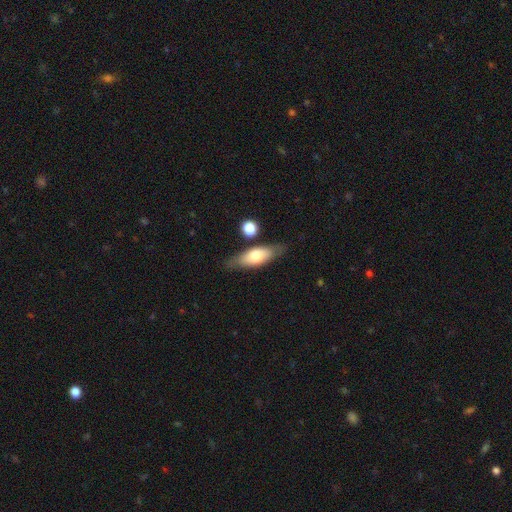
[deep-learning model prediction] Smooth or featured: smooth — 61% (featured or disk — 32%)
How rounded: in between — 60% (cigar-shaped — 37%)
Merging: none — 73% (minor disturbance — 15%)